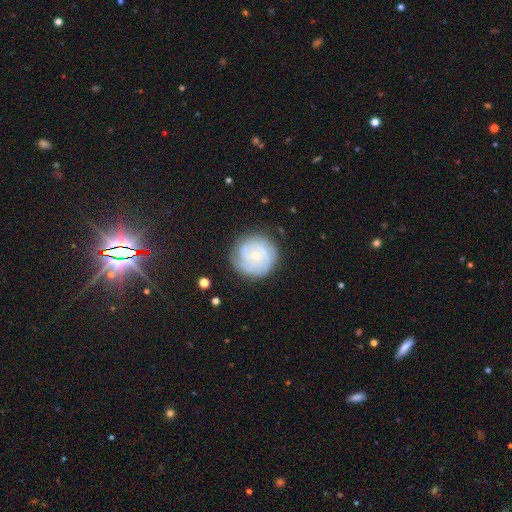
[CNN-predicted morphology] Smooth or featured? featured or disk (64%)
Edge-on disk? no (98%)
Bar? no (75%)
Spiral arms? yes (84%)
Spiral winding? tight (70%)
Spiral arm count? can't tell (46%)
Bulge size? small (72%)
Merging? none (77%)